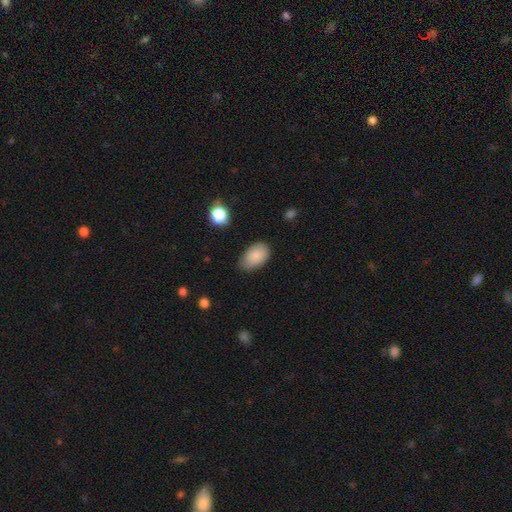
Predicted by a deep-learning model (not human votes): The model was most divided on "merging": none: 69%, minor disturbance: 25%, major disturbance: 4%, merger: 2%. More confident: how rounded — in between (92%); smooth or featured — smooth (86%).